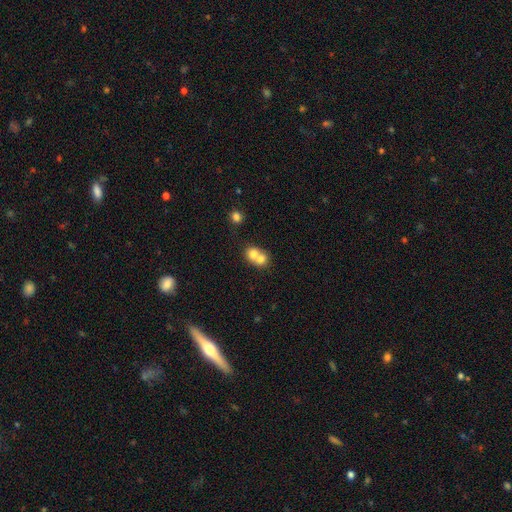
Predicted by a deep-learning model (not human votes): This appears to be a smooth galaxy with no disk features (71%) that is round (70%). Merging: merger (71%).